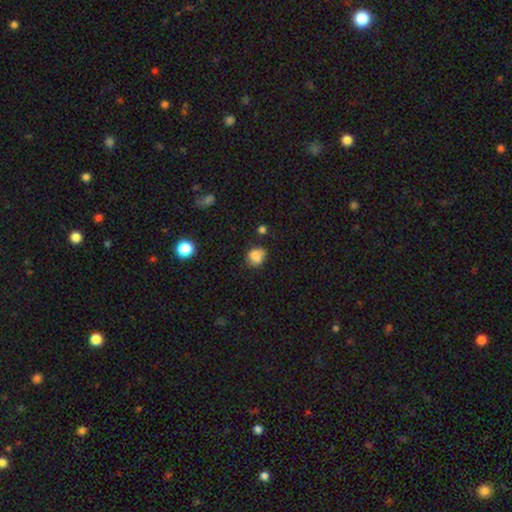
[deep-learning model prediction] Q: Smooth or featured?
A: smooth (78%); runner-up: featured or disk (11%)
Q: How rounded?
A: round (60%); runner-up: in between (39%)
Q: Merging?
A: none (60%); runner-up: minor disturbance (24%)